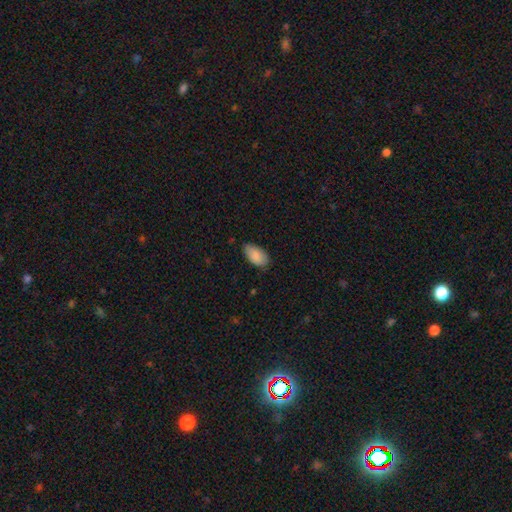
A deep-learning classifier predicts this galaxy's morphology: smooth_or_featured: smooth (p=0.88) [alt: star or artifact p=0.06]
how_rounded: in between (p=0.95) [alt: round p=0.03]
merging: none (p=0.72) [alt: minor disturbance p=0.23]